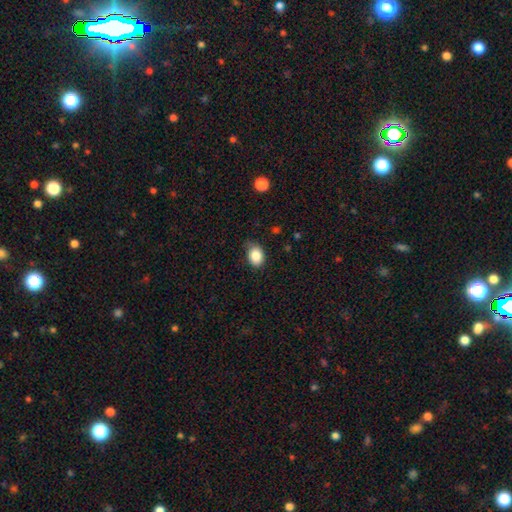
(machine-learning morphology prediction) This is clearly a smooth galaxy (85%). How rounded: likely in between (65%). Merging: likely none (65%).